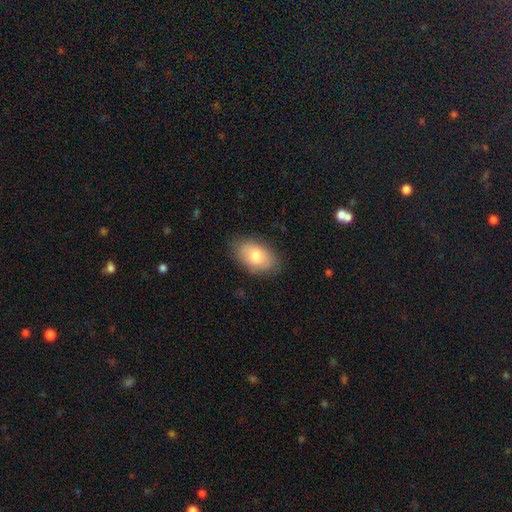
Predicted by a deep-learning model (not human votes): This appears to be a smooth galaxy with no disk features (78%) that is in between round and cigar-shaped (91%). Merging: none (82%).